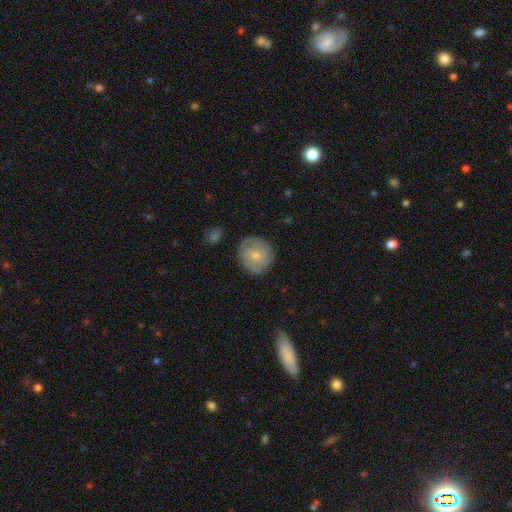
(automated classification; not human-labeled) The model was most divided on "smooth or featured": smooth: 47%, featured or disk: 45%, star or artifact: 7%. More confident: merging — none (80%).